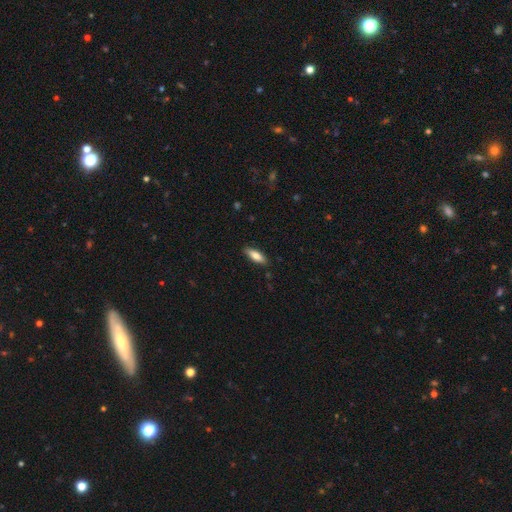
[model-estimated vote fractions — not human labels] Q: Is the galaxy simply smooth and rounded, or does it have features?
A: smooth — 77%.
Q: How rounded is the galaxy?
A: in between — 58%.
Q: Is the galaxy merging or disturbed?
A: none — 86%.